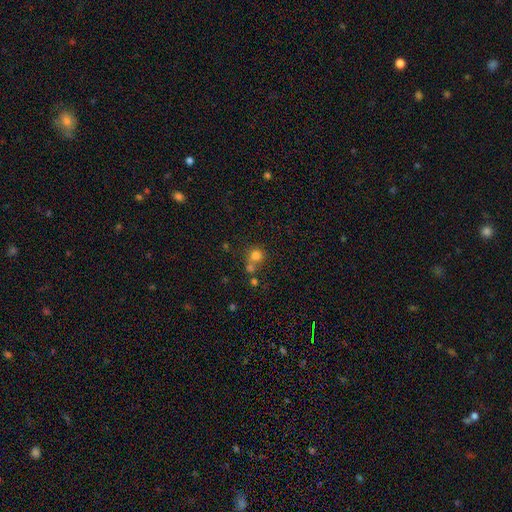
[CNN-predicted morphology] type=smooth (75%); roundness=round (87%); merging=none (49%).